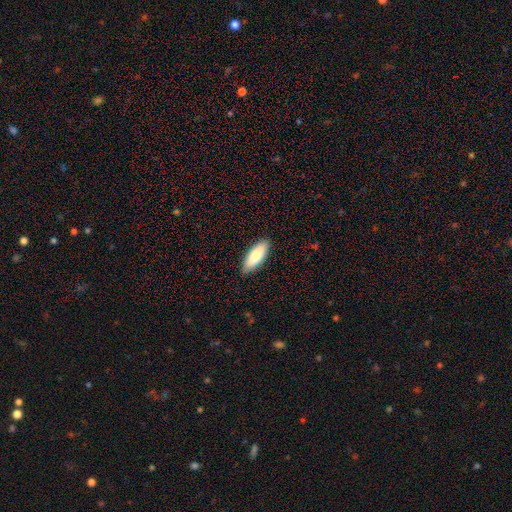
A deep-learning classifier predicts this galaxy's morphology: Smooth or featured? Predicted: smooth (p=0.82). How rounded? Predicted: in between (p=0.68). Merging? Predicted: none (p=0.87).